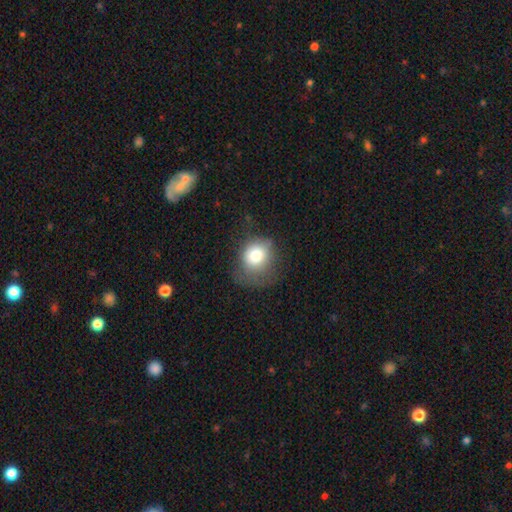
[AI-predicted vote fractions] Morphology: type=smooth (76%); roundness=round (72%); merging=none (46%).